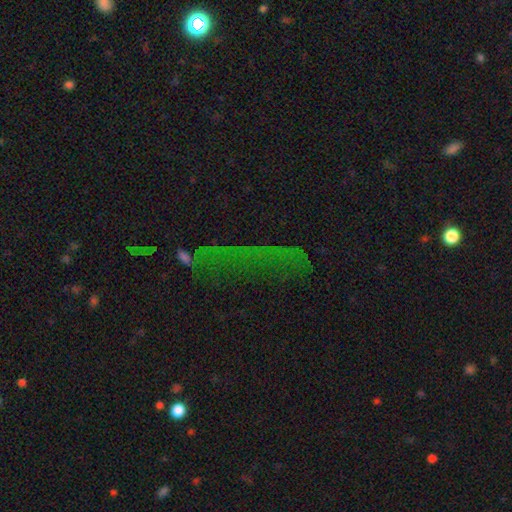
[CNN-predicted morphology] A star or artifact, not a galaxy (67%).